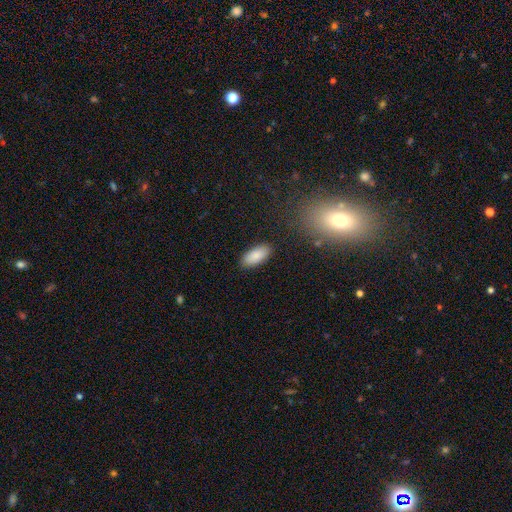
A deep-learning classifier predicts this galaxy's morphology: The model was most divided on "merging": none: 88%, minor disturbance: 9%, major disturbance: 2%, merger: 1%. More confident: how rounded — in between (90%); smooth or featured — smooth (87%).